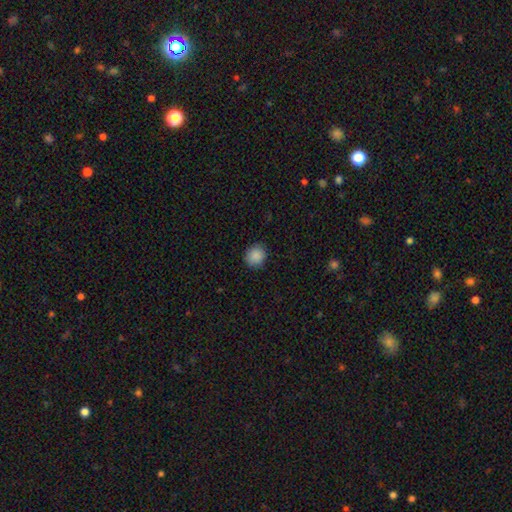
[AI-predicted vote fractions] Smooth or featured? Predicted: smooth (p=0.88). How rounded? Predicted: round (p=0.87). Merging? Predicted: none (p=0.88).